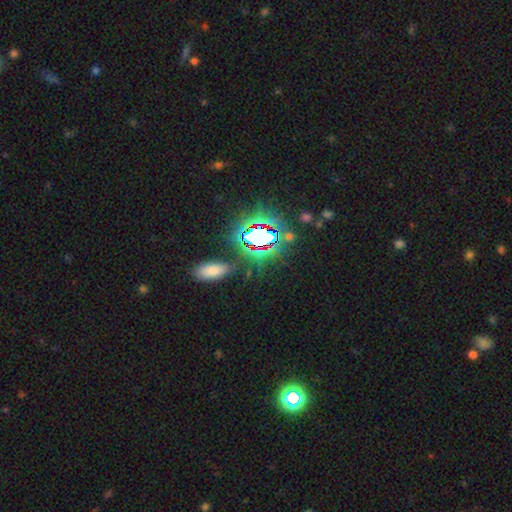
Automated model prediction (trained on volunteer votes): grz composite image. It shows a star or artifact, not a galaxy (73%).